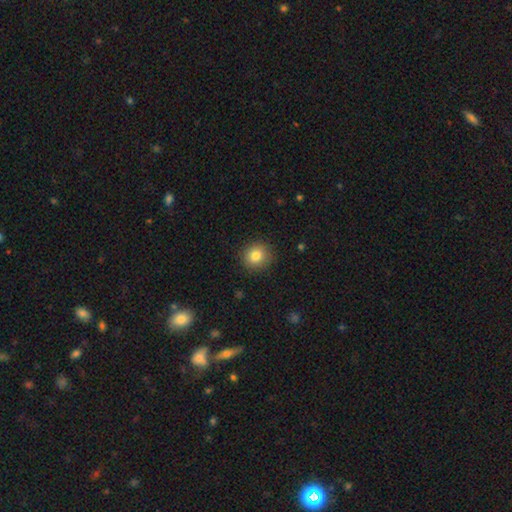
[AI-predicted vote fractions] Smooth or featured? smooth (82%)
How rounded? round (88%)
Merging? none (89%)